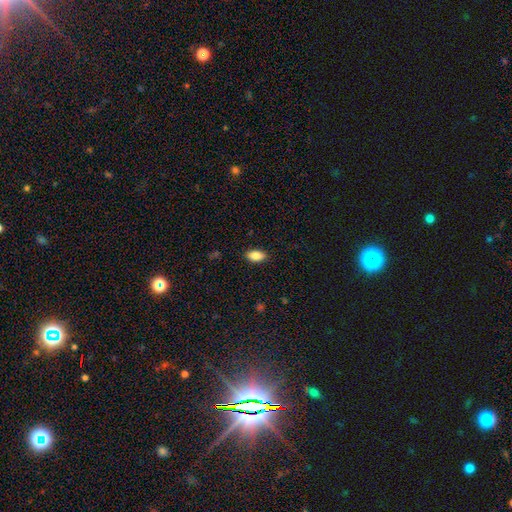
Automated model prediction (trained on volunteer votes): A smooth galaxy with no disk features (87%) that is in between round and cigar-shaped (93%). Merging: none (89%).